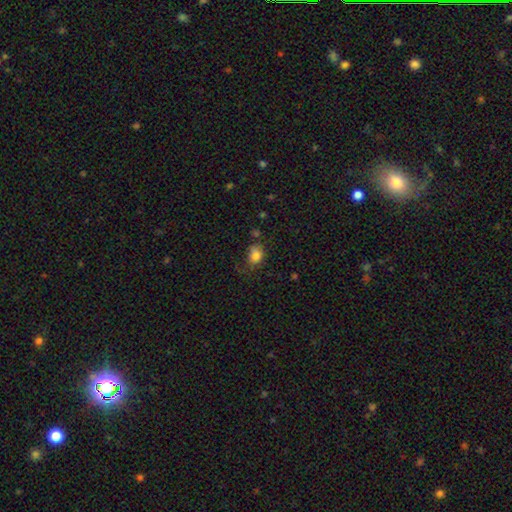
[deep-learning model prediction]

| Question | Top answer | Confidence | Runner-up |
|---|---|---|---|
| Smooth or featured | smooth | 82% | star or artifact (11%) |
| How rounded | in between | 58% | round (41%) |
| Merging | none | 59% | minor disturbance (27%) |